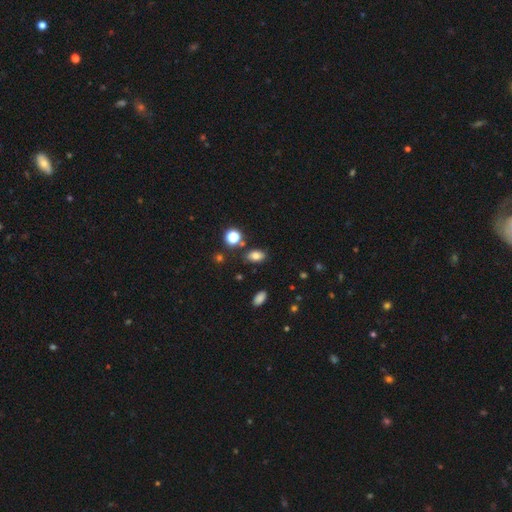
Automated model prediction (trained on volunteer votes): The model was most divided on "smooth or featured": smooth: 79%, star or artifact: 14%, featured or disk: 8%. More confident: how rounded — in between (84%); merging — none (80%).